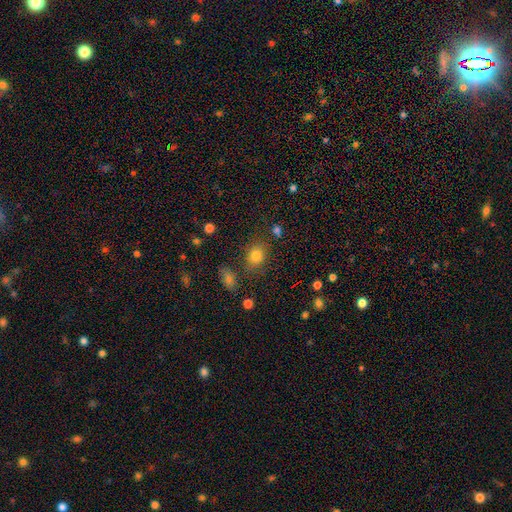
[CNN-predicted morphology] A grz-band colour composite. It shows a smooth galaxy with no disk features (80%) that is in between round and cigar-shaped (53%). Merging: none (75%).